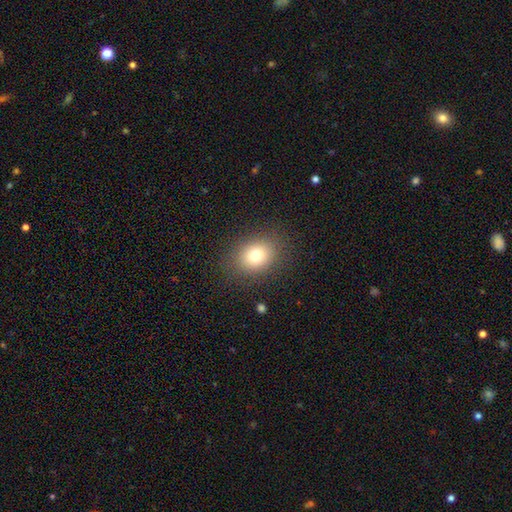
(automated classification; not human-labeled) Overall: smooth (76%). How rounded: round (50%; in between 49%). Merging: none (86%).